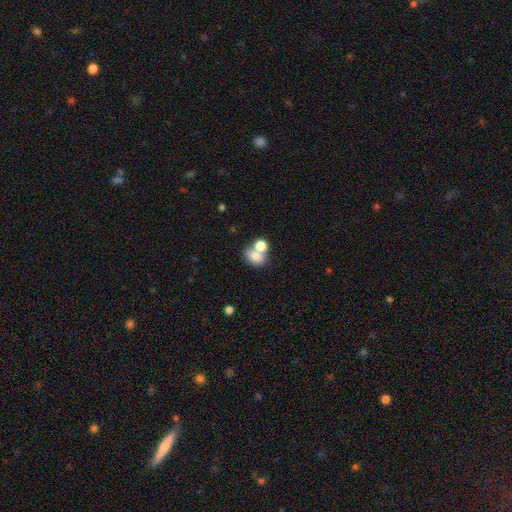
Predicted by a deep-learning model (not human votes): Smooth or featured: smooth — 78% (featured or disk — 11%)
How rounded: in between — 63% (round — 36%)
Merging: merger — 49% (none — 36%)